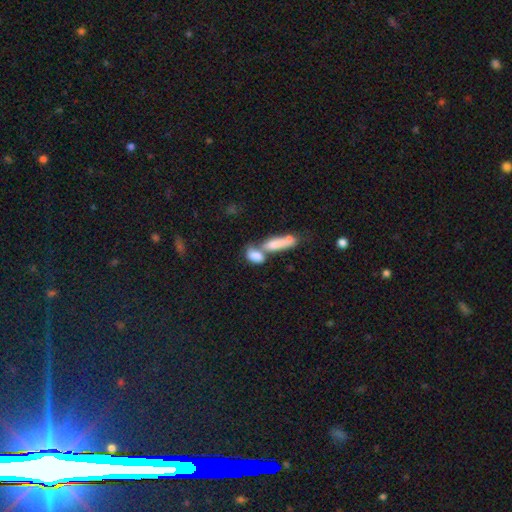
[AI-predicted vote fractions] The model was most divided on "merging": merger: 65%, none: 21%, minor disturbance: 8%, major disturbance: 6%. More confident: smooth or featured — smooth (77%); how rounded — in between (76%).